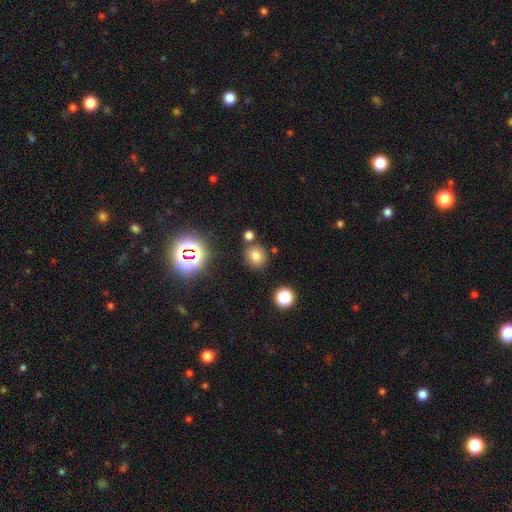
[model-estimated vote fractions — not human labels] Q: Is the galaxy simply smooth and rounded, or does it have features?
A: smooth — 72%.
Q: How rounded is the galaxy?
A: round — 81%.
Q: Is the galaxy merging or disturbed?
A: none — 78%.